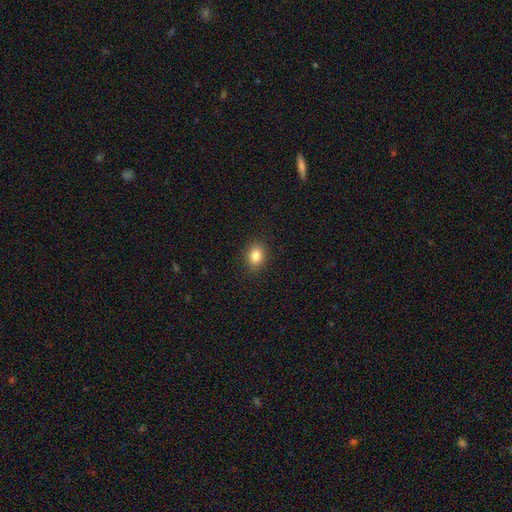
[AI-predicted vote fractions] Smooth or featured: smooth — 84% (star or artifact — 10%)
How rounded: in between — 61% (round — 38%)
Merging: none — 89% (minor disturbance — 8%)